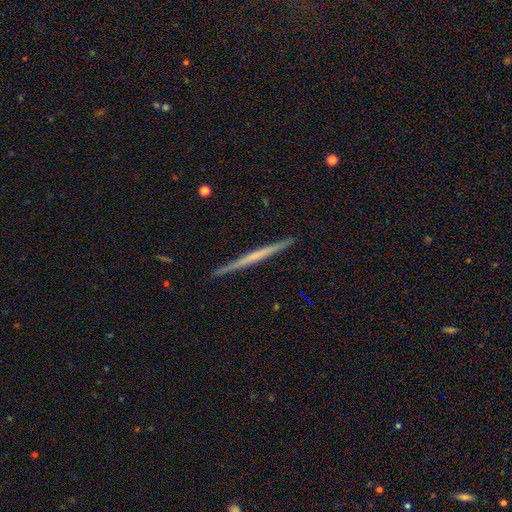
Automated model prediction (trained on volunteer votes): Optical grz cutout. It shows a featured or disk galaxy (59%) viewed edge-on (98%) with no central bulge (85%). Merging: none (91%).